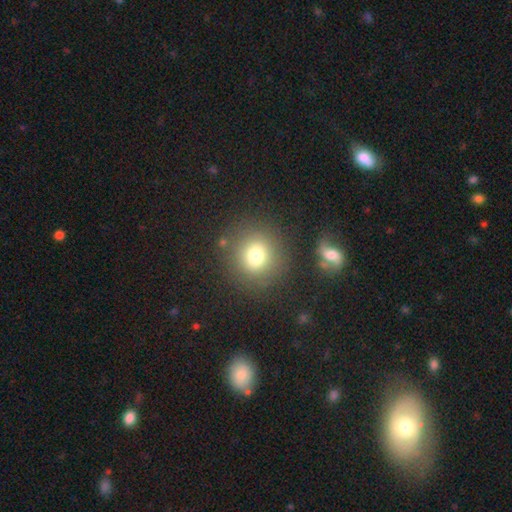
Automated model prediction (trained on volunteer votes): A smooth galaxy with no disk features (75%) that is round (90%).

Vote fractions:
- Smooth or featured? smooth: 75% / star or artifact: 15% / featured or disk: 10%
- How rounded? round: 90% / in between: 9% / cigar-shaped: 1%
- Merging? none: 83% / minor disturbance: 9% / major disturbance: 4% / merger: 4%